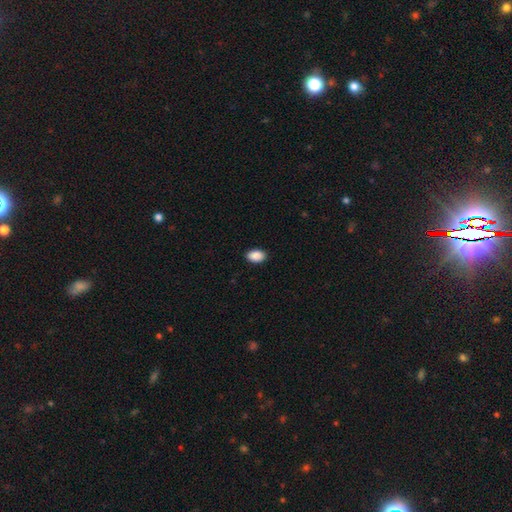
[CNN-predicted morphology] A smooth galaxy with no disk features (91%) that is in between round and cigar-shaped (90%).

Vote fractions:
- Smooth or featured? smooth: 91% / star or artifact: 7% / featured or disk: 2%
- How rounded? in between: 90% / round: 9% / cigar-shaped: 1%
- Merging? none: 90% / minor disturbance: 8% / major disturbance: 2% / merger: 1%